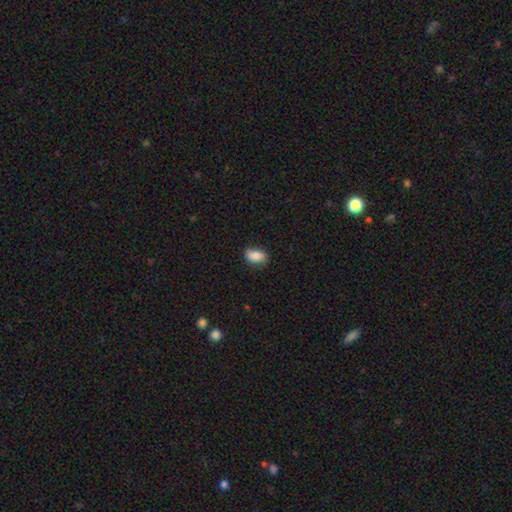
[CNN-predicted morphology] Smooth or featured? Predicted: smooth (p=0.83). How rounded? Predicted: in between (p=0.87). Merging? Predicted: none (p=0.76).